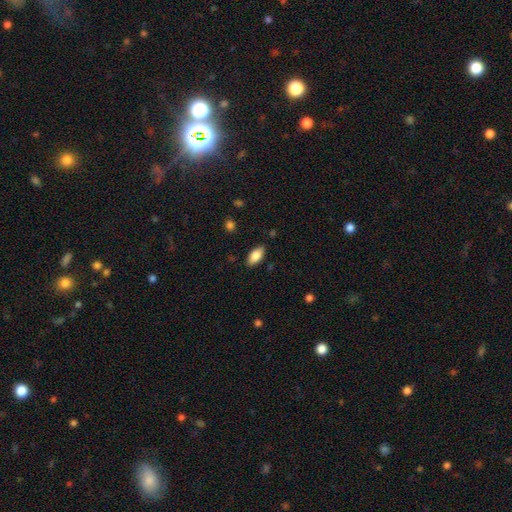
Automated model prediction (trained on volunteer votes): Q: Smooth or featured?
A: smooth (83%); runner-up: featured or disk (10%)
Q: How rounded?
A: in between (90%); runner-up: cigar-shaped (7%)
Q: Merging?
A: none (86%); runner-up: minor disturbance (10%)